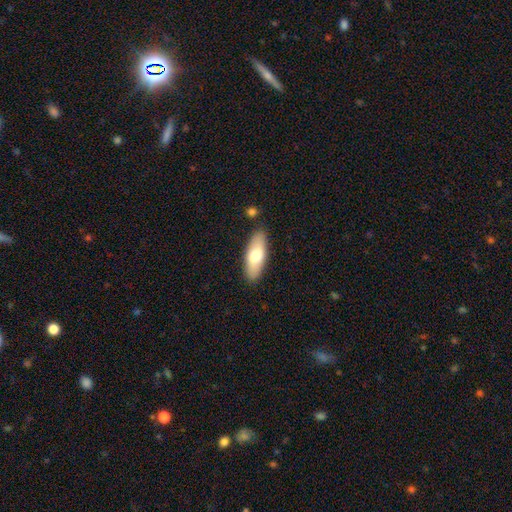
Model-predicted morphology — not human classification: Overall: smooth (68%). How rounded: in between (70%). Merging: none (85%).